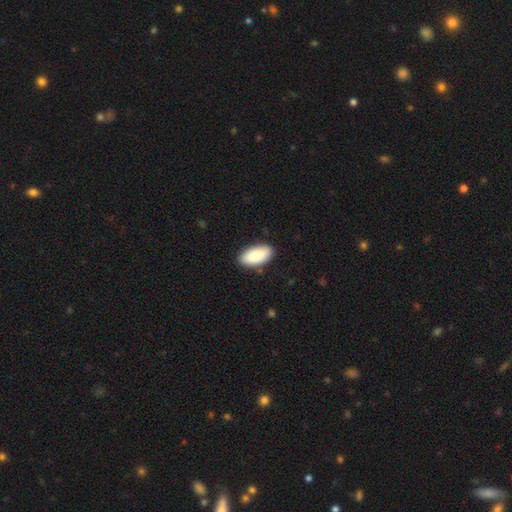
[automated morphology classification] The model was most divided on "merging": none: 85%, minor disturbance: 12%, major disturbance: 2%, merger: 1%. More confident: how rounded — in between (93%); smooth or featured — smooth (89%).